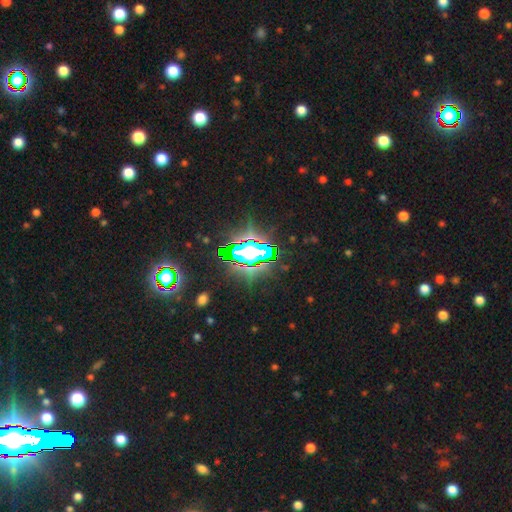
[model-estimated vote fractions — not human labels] Smooth or featured?
  - star or artifact: 76% *
  - smooth: 13%
  - featured or disk: 12%